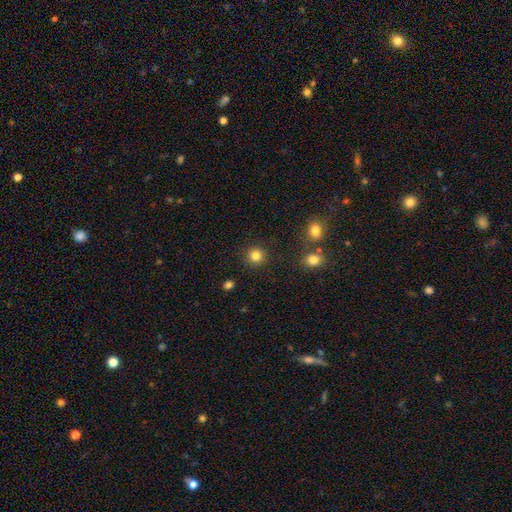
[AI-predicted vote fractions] Smooth or featured: smooth — 84% (star or artifact — 12%)
How rounded: round — 93% (in between — 6%)
Merging: none — 91% (minor disturbance — 5%)